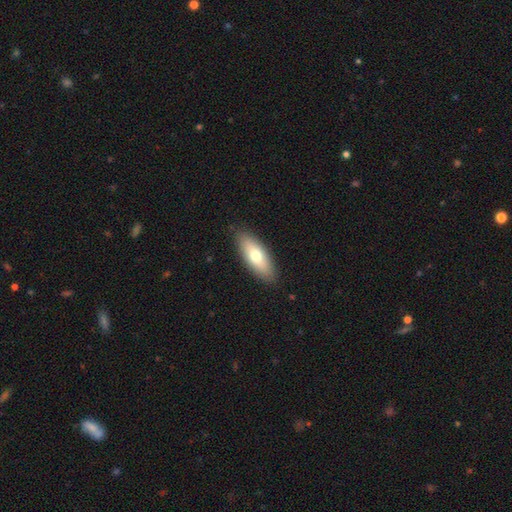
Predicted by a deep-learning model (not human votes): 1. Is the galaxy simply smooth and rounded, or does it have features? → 70% smooth, 24% featured or disk, 6% star or artifact.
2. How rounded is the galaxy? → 74% in between, 23% cigar-shaped, 2% round.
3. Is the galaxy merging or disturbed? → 88% none, 9% minor disturbance, 2% major disturbance, 1% merger.